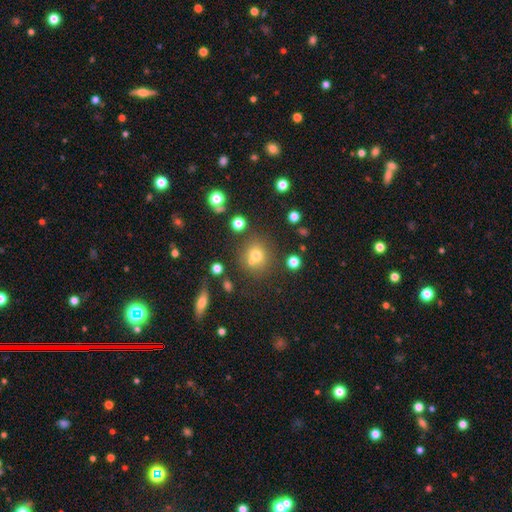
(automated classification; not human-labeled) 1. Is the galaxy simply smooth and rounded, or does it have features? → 69% smooth, 18% star or artifact, 13% featured or disk.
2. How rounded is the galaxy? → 86% round, 13% in between, 1% cigar-shaped.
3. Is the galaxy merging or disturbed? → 63% none, 22% merger, 10% minor disturbance, 4% major disturbance.